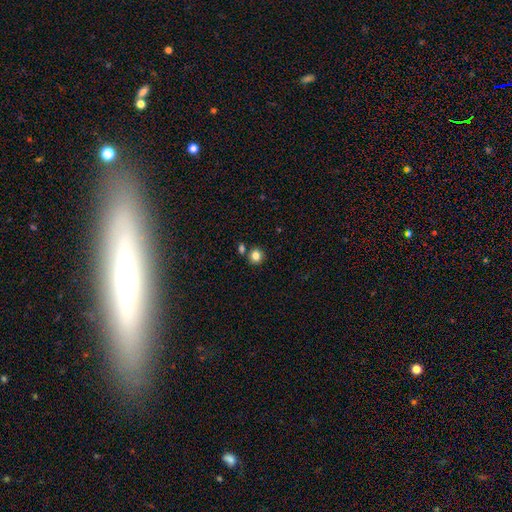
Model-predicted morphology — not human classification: The model was most divided on "merging": none: 79%, merger: 11%, minor disturbance: 8%, major disturbance: 2%. More confident: how rounded — round (89%); smooth or featured — smooth (82%).